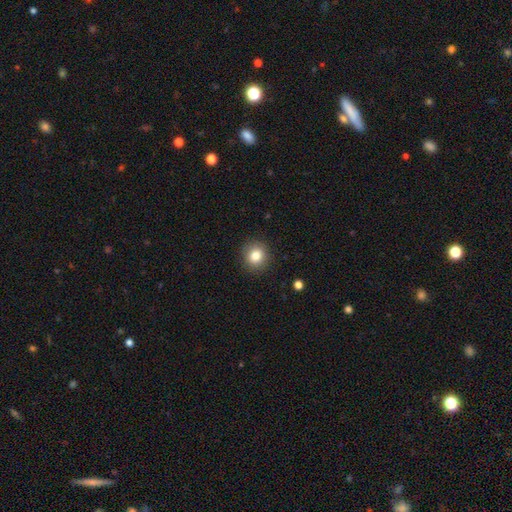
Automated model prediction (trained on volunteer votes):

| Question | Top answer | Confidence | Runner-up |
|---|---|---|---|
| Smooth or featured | smooth | 83% | star or artifact (10%) |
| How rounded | round | 87% | in between (12%) |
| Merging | none | 91% | minor disturbance (6%) |